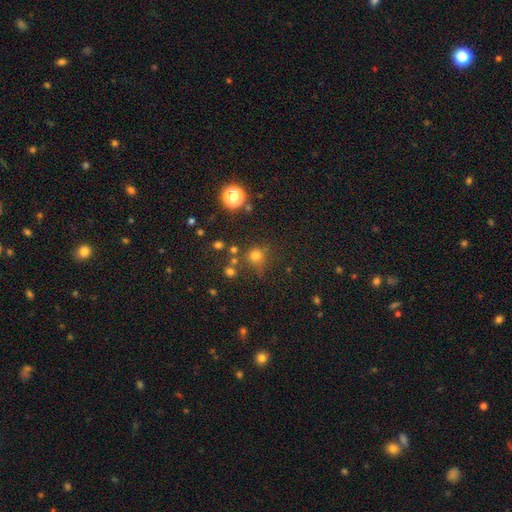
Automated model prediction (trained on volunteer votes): This is likely a smooth galaxy (70%). How rounded: clearly round (90%). Merging: likely none (69%).